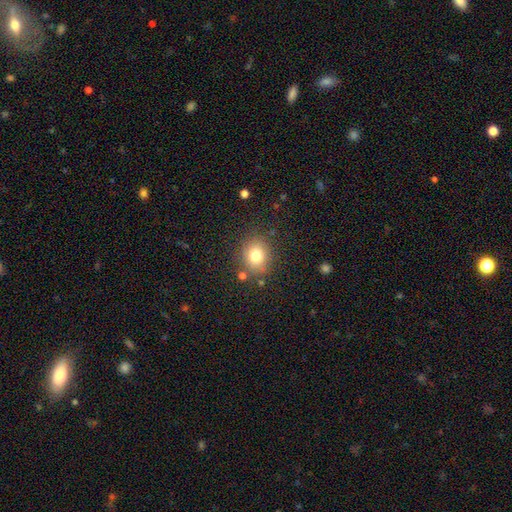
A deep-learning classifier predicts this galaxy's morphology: A smooth galaxy with no disk features (78%) that is round (69%).

Vote fractions:
- Smooth or featured? smooth: 78% / star or artifact: 13% / featured or disk: 9%
- How rounded? round: 69% / in between: 30% / cigar-shaped: 1%
- Merging? none: 81% / minor disturbance: 11% / merger: 4% / major disturbance: 4%